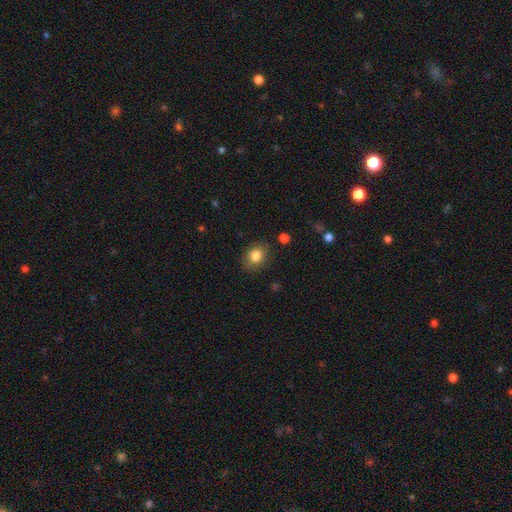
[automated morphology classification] Smooth or featured? smooth (83%)
How rounded? round (55%)
Merging? none (83%)